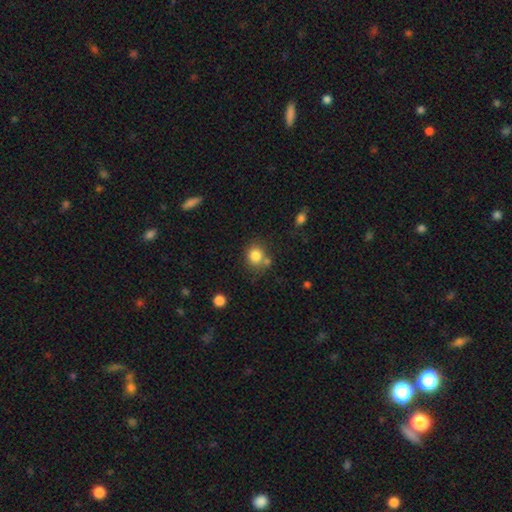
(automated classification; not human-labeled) Smooth or featured?
  - smooth: 82% *
  - star or artifact: 11%
  - featured or disk: 7%
How rounded?
  - round: 81% *
  - in between: 18%
  - cigar-shaped: 1%
Merging?
  - none: 63% *
  - merger: 19%
  - minor disturbance: 13%
  - major disturbance: 5%